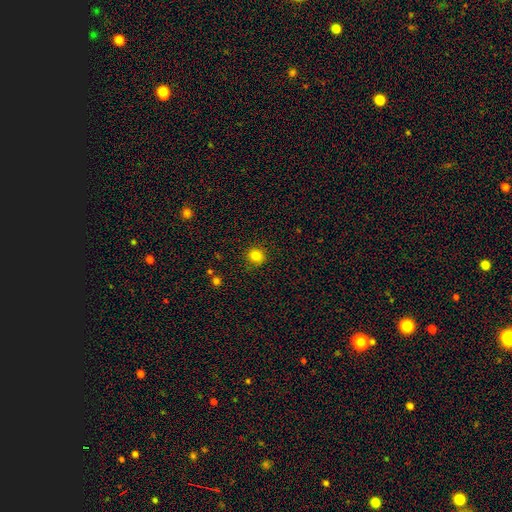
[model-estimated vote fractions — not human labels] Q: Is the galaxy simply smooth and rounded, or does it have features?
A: smooth — 83%.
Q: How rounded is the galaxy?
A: round — 88%.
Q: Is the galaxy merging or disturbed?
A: none — 90%.